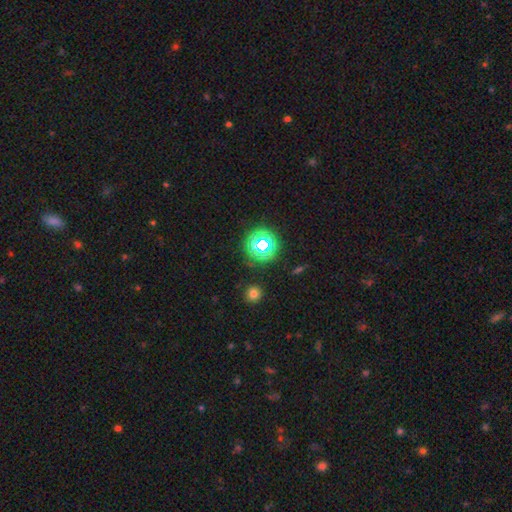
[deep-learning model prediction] Overall: star or artifact (48%; smooth 47%).